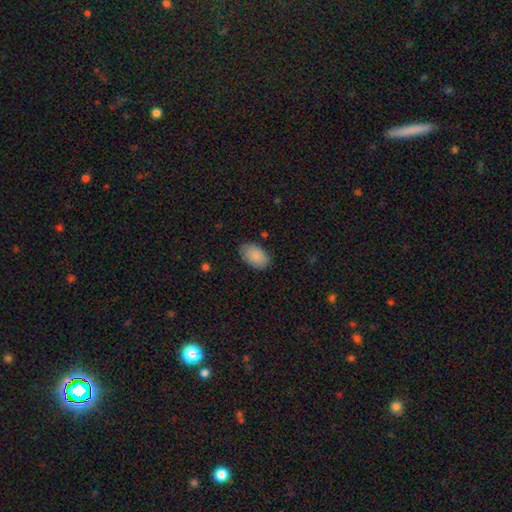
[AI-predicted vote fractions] Q: Smooth or featured?
A: smooth (88%); runner-up: star or artifact (7%)
Q: How rounded?
A: in between (92%); runner-up: round (7%)
Q: Merging?
A: none (83%); runner-up: minor disturbance (13%)